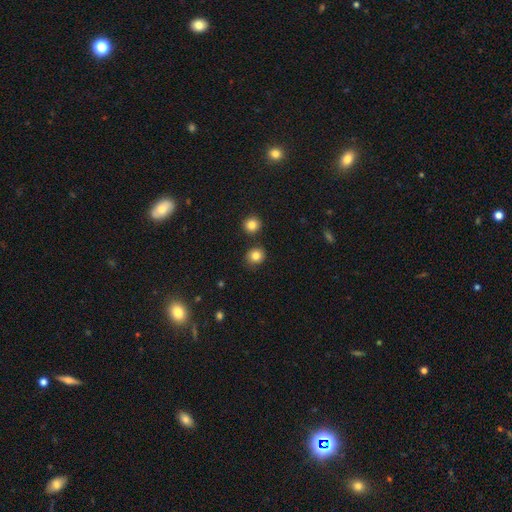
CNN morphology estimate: smooth_or_featured: smooth (p=0.82) [alt: star or artifact p=0.11]
how_rounded: round (p=0.81) [alt: in between p=0.18]
merging: none (p=0.84) [alt: minor disturbance p=0.09]